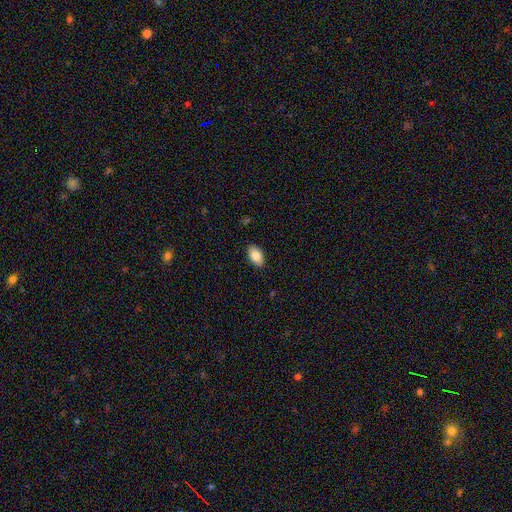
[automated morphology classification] Smooth or featured: smooth — 86% (star or artifact — 7%)
How rounded: in between — 92% (round — 7%)
Merging: none — 89% (minor disturbance — 8%)